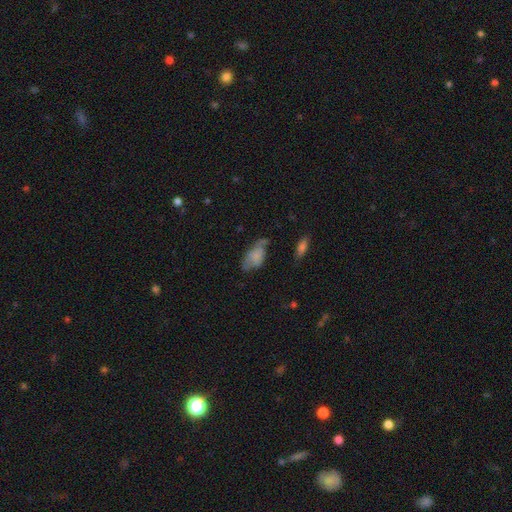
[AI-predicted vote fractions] A smooth galaxy with no disk features (66%) that is in between round and cigar-shaped (90%). Merging: minor disturbance (35%).